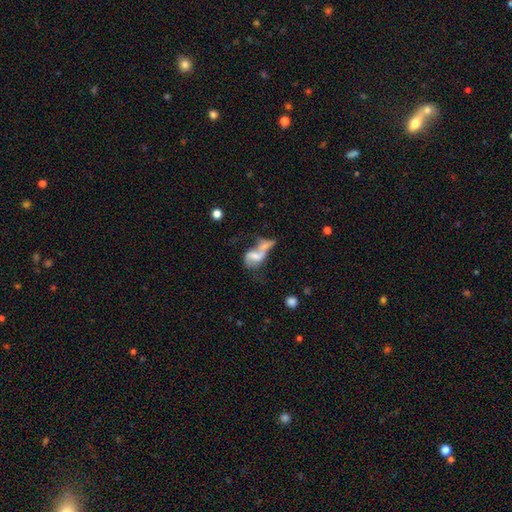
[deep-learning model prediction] Smooth or featured?
  - featured or disk: 54% *
  - smooth: 36%
  - star or artifact: 10%
Edge-on disk?
  - no: 94% *
  - yes: 6%
Bar?
  - no: 50% *
  - weak: 33%
  - strong: 17%
Spiral arms?
  - yes: 63% *
  - no: 37%
Bulge size?
  - none: 30% * (tied)
  - small: 30% * (tied)
  - moderate: 30% * (tied)
  - large: 8%
  - dominant: 2%
Merging?
  - merger: 57% *
  - major disturbance: 17%
  - none: 16%
  - minor disturbance: 10%